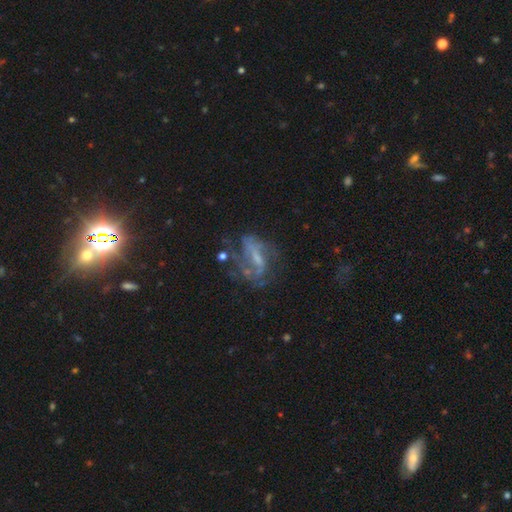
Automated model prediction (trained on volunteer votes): A featured or disk galaxy (69%) with a weak bar (41%), spiral arms (62%) and a small central bulge (38%).

Vote fractions:
- Smooth or featured? featured or disk: 69% / smooth: 19% / star or artifact: 12%
- Edge-on disk? no: 93% / yes: 7%
- Bar? weak: 41% / strong: 30% / no: 29%
- Spiral arms? yes: 62% / no: 38%
- Bulge size? small: 38% / none: 28% / moderate: 28% / large: 4% / dominant: 1%
- Merging? none: 42% / major disturbance: 30% / minor disturbance: 20% / merger: 7%